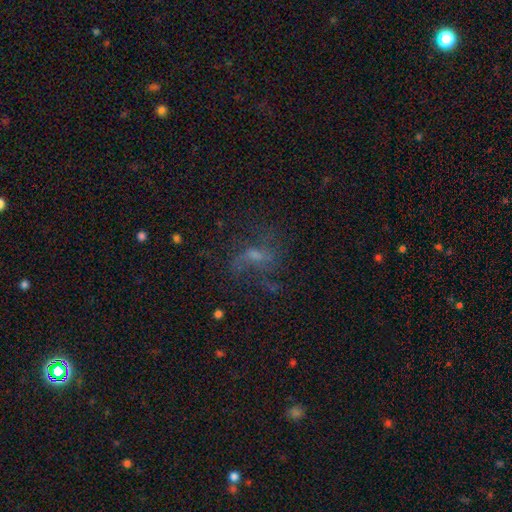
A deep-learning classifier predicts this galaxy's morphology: Smooth or featured? Predicted: featured or disk (p=0.59). Edge-on disk? Predicted: no (p=0.95). Bar? Predicted: no (p=0.49). Spiral arms? Predicted: yes (p=0.71). Bulge size? Predicted: small (p=0.42). Merging? Predicted: none (p=0.51).